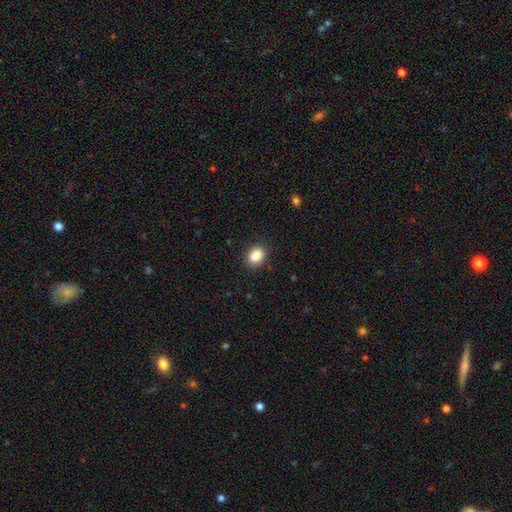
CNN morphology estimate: The model was most divided on "how rounded": in between: 71%, round: 28%, cigar-shaped: 1%. More confident: merging — none (89%); smooth or featured — smooth (88%).